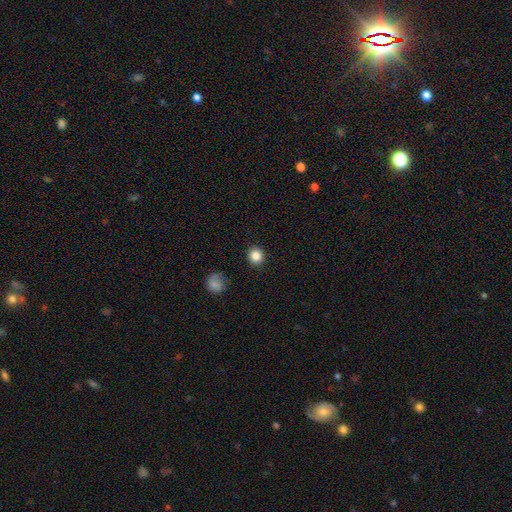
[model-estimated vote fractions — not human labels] Smooth or featured: smooth — 85% (star or artifact — 11%)
How rounded: round — 88% (in between — 11%)
Merging: none — 91% (minor disturbance — 6%)